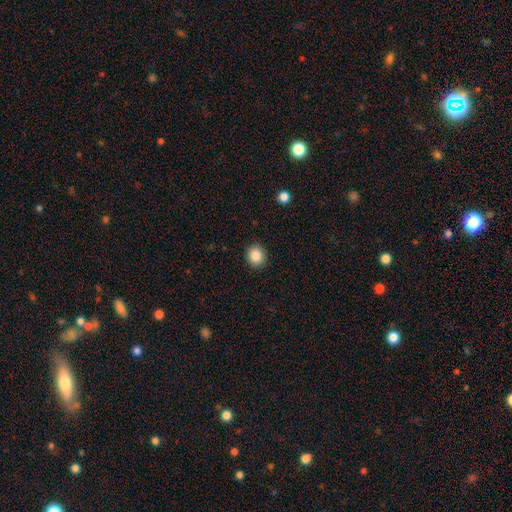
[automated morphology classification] smooth_or_featured: smooth (p=0.87) [alt: star or artifact p=0.09]
how_rounded: round (p=0.81) [alt: in between p=0.19]
merging: none (p=0.91) [alt: minor disturbance p=0.07]